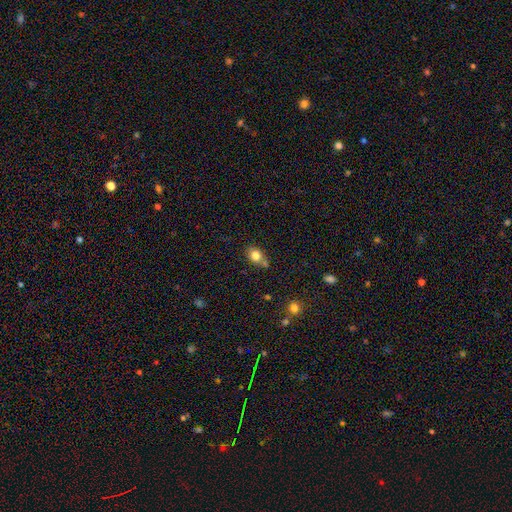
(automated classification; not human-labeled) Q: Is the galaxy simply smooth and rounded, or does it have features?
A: smooth — 81%.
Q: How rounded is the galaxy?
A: round — 51%.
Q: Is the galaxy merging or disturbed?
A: none — 62%.